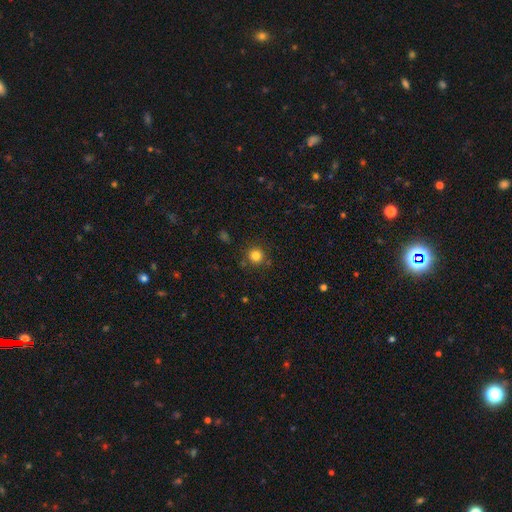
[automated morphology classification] This is clearly a smooth galaxy (82%). How rounded: clearly round (94%). Merging: clearly none (85%).